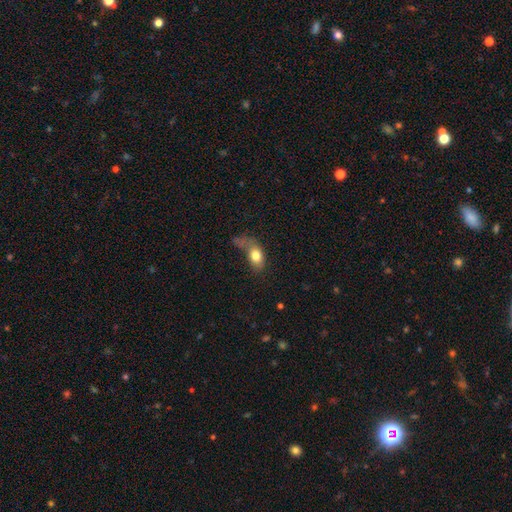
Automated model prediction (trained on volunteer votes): A smooth galaxy with no disk features (78%) that is in between round and cigar-shaped (80%). Merging: major disturbance (37%).